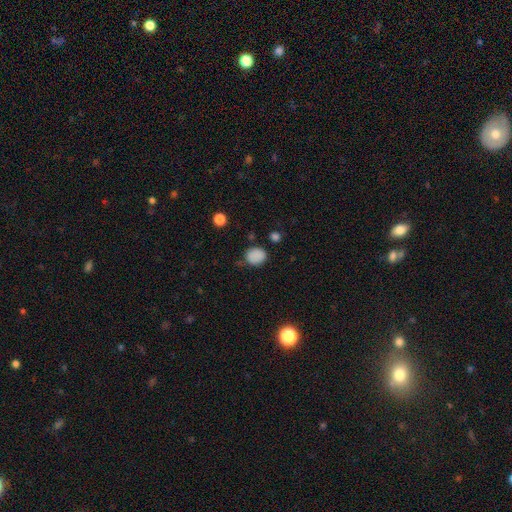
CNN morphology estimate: Smooth or featured? smooth (84%)
How rounded? round (65%)
Merging? none (76%)